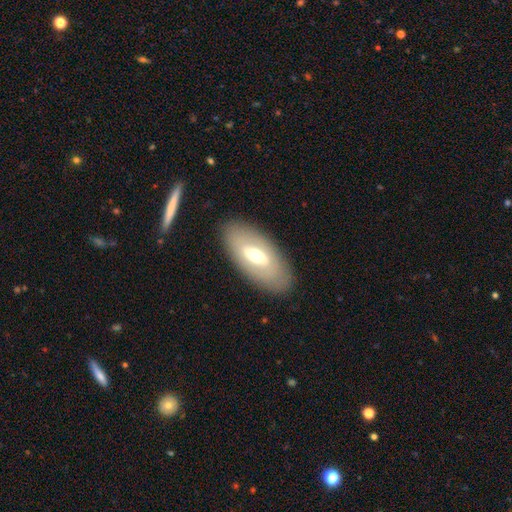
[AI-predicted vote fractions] The model was most divided on "smooth or featured": featured or disk: 49%, smooth: 44%, star or artifact: 6%. More confident: merging — none (86%).